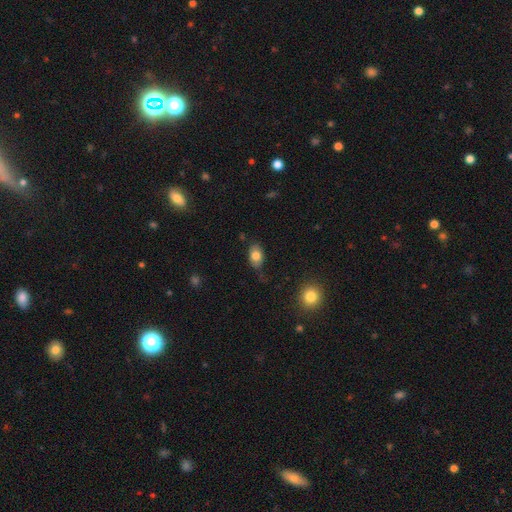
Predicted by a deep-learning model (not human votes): smooth_or_featured: smooth (p=0.80) [alt: featured or disk p=0.12]
how_rounded: in between (p=0.85) [alt: round p=0.13]
merging: none (p=0.64) [alt: minor disturbance p=0.26]